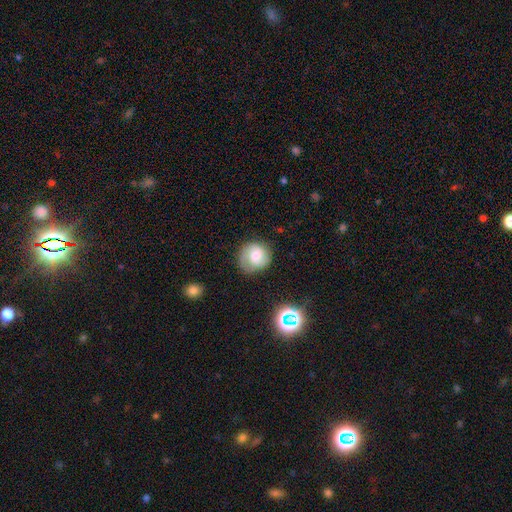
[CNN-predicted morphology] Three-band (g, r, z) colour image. It shows a featured or disk galaxy (50%). Merging: none (75%).